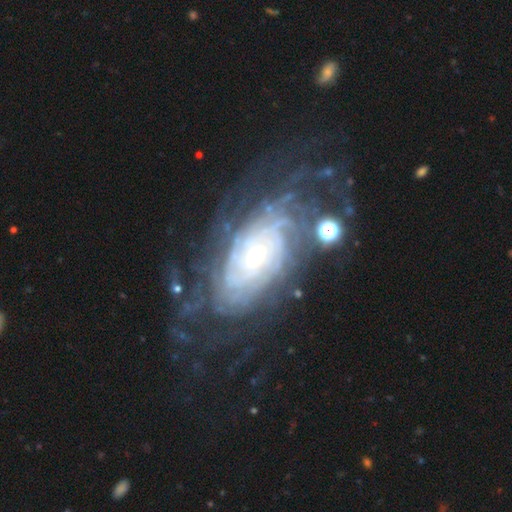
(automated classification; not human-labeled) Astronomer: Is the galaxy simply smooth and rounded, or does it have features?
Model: featured or disk — 88%.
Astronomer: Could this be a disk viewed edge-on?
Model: no — 95%.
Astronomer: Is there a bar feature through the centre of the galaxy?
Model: no — 71%.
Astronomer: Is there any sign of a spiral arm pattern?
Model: yes — 97%.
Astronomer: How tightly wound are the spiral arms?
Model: tight — 77%.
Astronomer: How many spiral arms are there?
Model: can't tell — 35% (runner-up: more than 4, 25%).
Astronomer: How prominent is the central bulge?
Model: small — 63%.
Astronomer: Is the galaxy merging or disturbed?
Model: none — 66%.